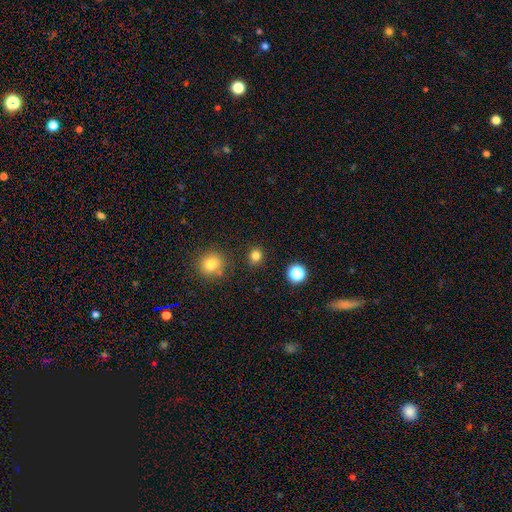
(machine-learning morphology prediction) type=smooth (80%); roundness=round (83%); merging=none (87%).